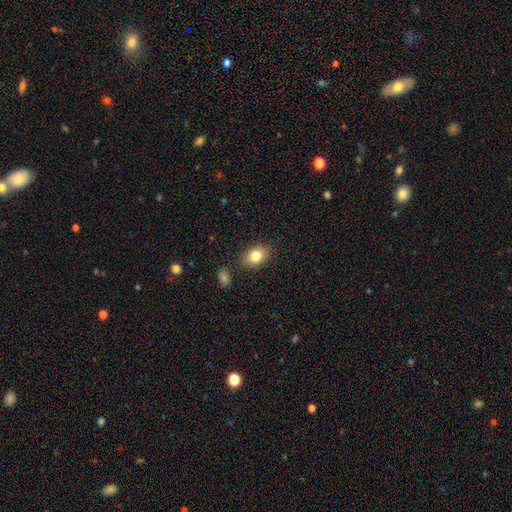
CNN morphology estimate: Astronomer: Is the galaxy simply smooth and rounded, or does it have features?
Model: smooth — 82%.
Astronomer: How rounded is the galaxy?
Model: in between — 74%.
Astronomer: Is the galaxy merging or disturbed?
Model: none — 83%.